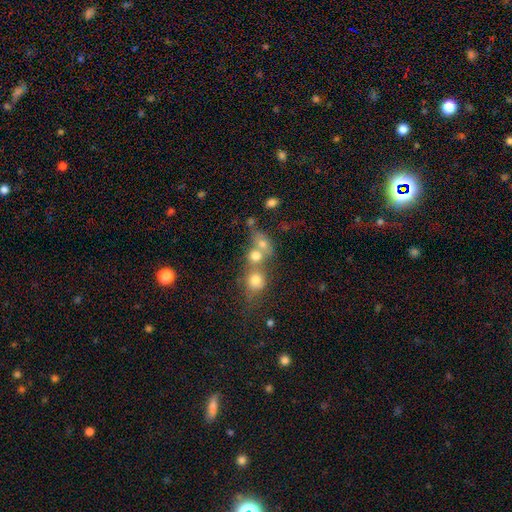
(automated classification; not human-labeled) A smooth galaxy with no disk features (70%) that is round (70%).

Vote fractions:
- Smooth or featured? smooth: 70% / featured or disk: 15% / star or artifact: 14%
- How rounded? round: 70% / in between: 28% / cigar-shaped: 2%
- Merging? merger: 55% / none: 32% / minor disturbance: 7% / major disturbance: 5%